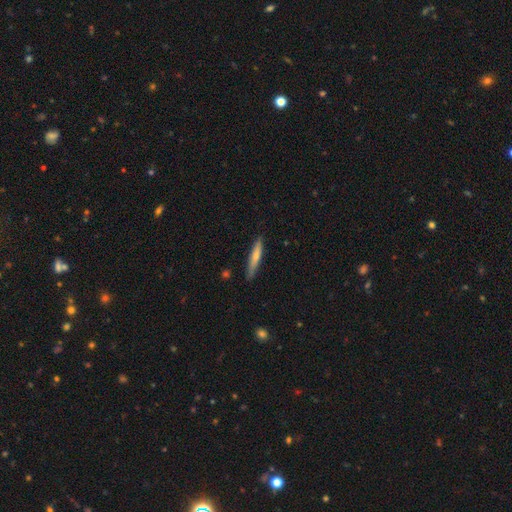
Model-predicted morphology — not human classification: Smooth or featured? smooth (67%)
How rounded? cigar-shaped (92%)
Merging? none (83%)